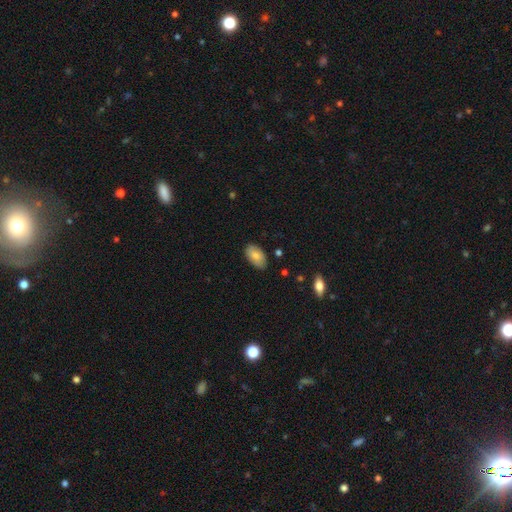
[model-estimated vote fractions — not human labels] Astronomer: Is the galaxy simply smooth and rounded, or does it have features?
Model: smooth — 79%.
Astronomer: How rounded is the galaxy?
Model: in between — 94%.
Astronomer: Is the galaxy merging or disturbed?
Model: none — 82%.